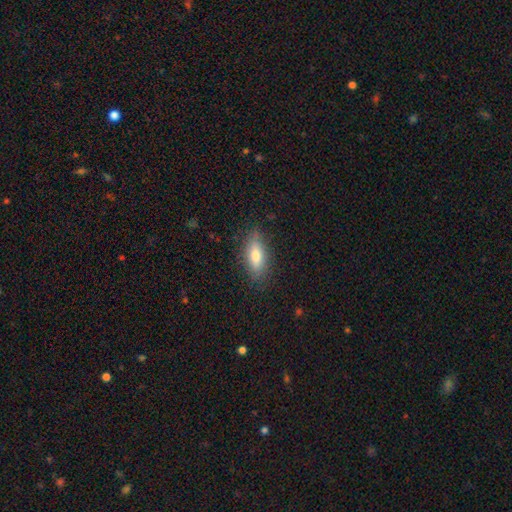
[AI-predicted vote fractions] Smooth or featured: smooth — 73% (featured or disk — 20%)
How rounded: in between — 71% (cigar-shaped — 26%)
Merging: none — 84% (minor disturbance — 13%)